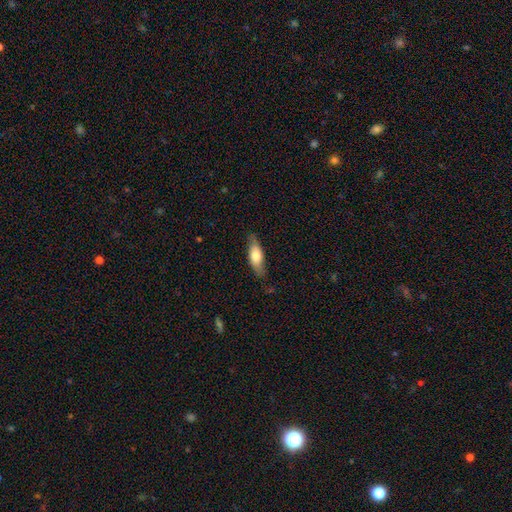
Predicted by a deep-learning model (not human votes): Morphology: type=smooth (67%); roundness=in between (62%); merging=none (78%).